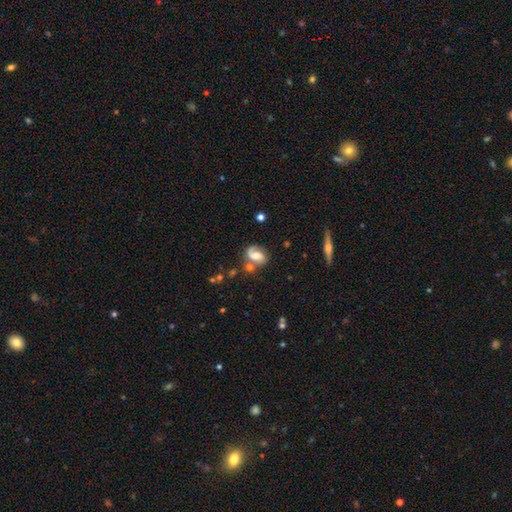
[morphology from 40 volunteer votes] Smooth or featured: featured or disk — 78% (smooth — 18%)
Edge-on disk: no — 97% (yes — 3%)
Bar: no — 57% (weak — 30%)
Spiral arms: yes — 100%
Spiral winding: medium — 57% (tight — 23%)
Spiral arm count: 2 — 77% (1 — 20%)
Bulge size: moderate — 73% (small — 23%)
Merging: none — 63% (minor disturbance — 13%)